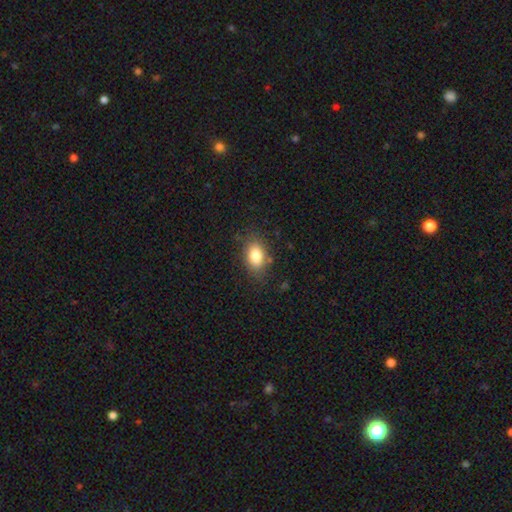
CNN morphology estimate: The model was most divided on "merging": none: 78%, minor disturbance: 15%, major disturbance: 5%, merger: 2%. More confident: how rounded — in between (84%); smooth or featured — smooth (83%).